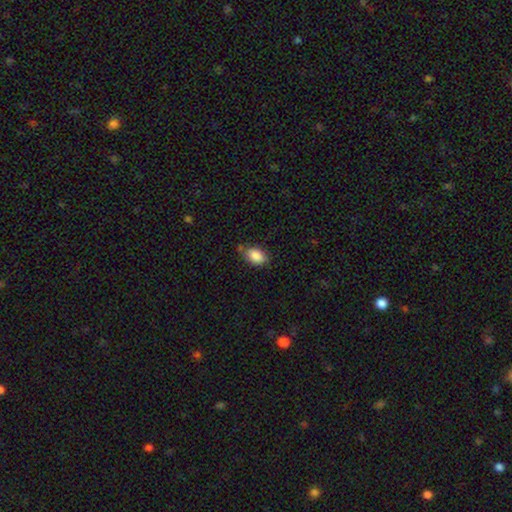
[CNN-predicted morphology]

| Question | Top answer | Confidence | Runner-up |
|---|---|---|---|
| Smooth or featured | smooth | 87% | star or artifact (8%) |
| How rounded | in between | 88% | round (11%) |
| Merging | none | 71% | minor disturbance (20%) |